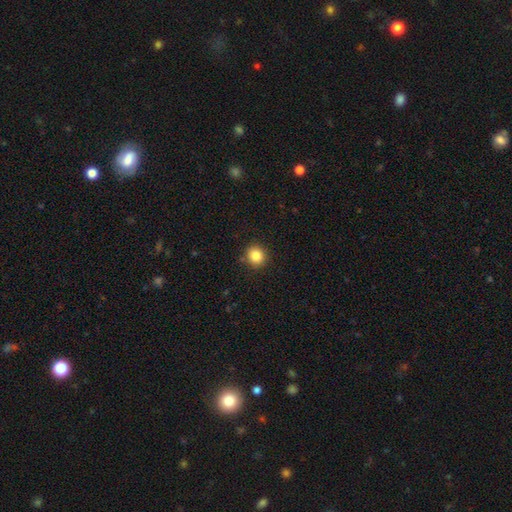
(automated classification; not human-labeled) Morphology: type=smooth (85%); roundness=round (87%); merging=none (89%).